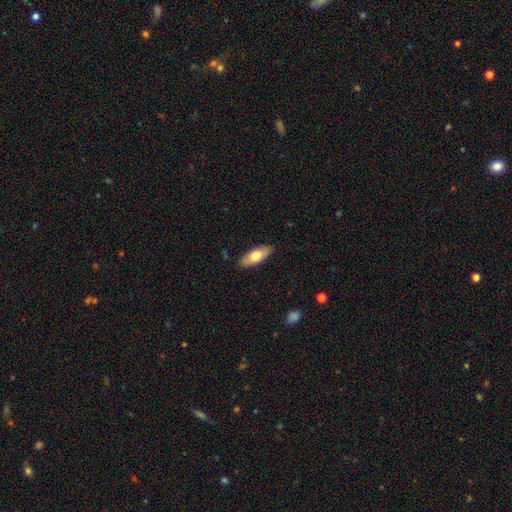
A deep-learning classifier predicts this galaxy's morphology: Smooth or featured? smooth (69%)
How rounded? in between (77%)
Merging? none (87%)